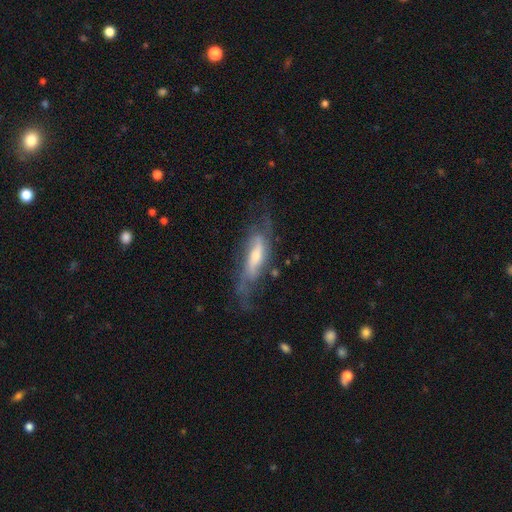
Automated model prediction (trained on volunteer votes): Morphology: type=featured or disk (71%); edge-on=no (70%); merging=none (52%).